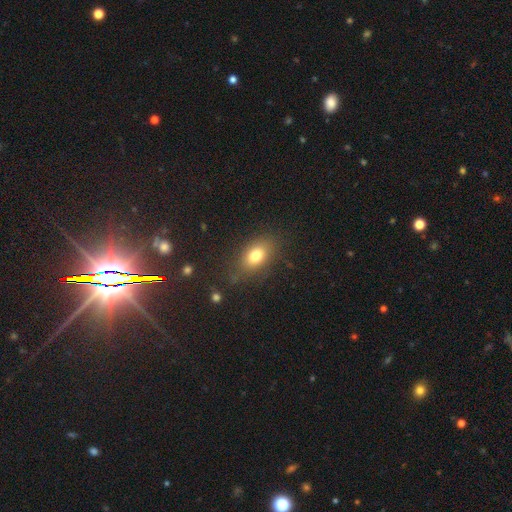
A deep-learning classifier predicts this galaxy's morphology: smooth 78%, featured or disk 12%, star or artifact 10%. Down the decision tree: how rounded — in between (83%); merging — none (78%).